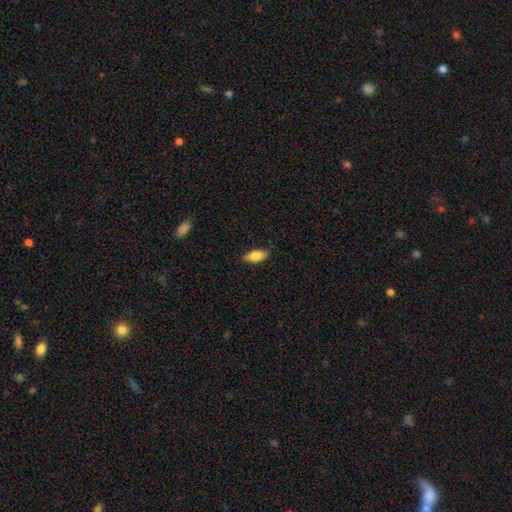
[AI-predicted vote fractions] Q: Smooth or featured?
A: smooth (79%); runner-up: featured or disk (15%)
Q: How rounded?
A: in between (78%); runner-up: cigar-shaped (19%)
Q: Merging?
A: none (85%); runner-up: minor disturbance (12%)